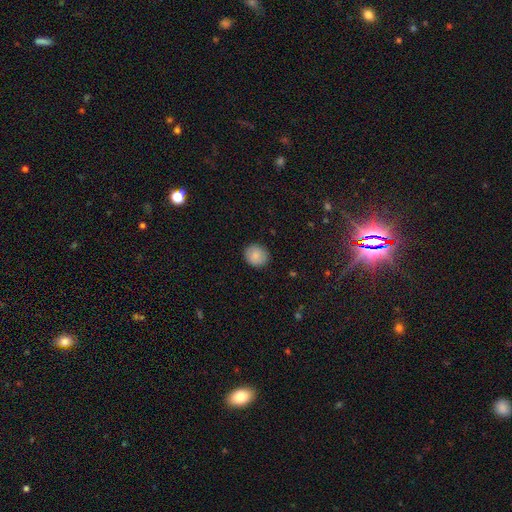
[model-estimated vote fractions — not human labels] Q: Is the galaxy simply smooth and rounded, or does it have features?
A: smooth — 86%.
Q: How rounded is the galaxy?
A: round — 80%.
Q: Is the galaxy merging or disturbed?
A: none — 89%.